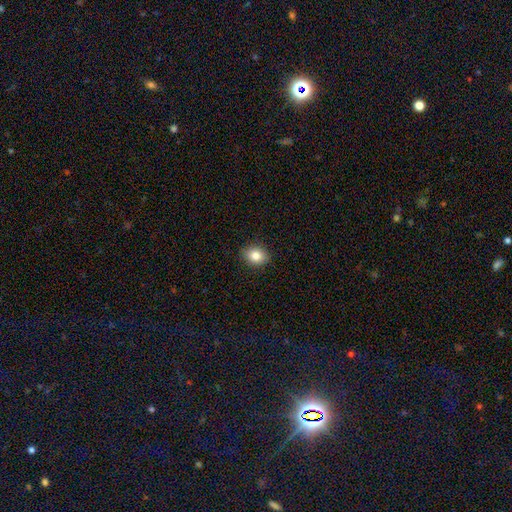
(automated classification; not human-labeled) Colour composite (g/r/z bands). It shows a smooth galaxy with no disk features (83%) that is in between round and cigar-shaped (52%). Merging: none (89%).